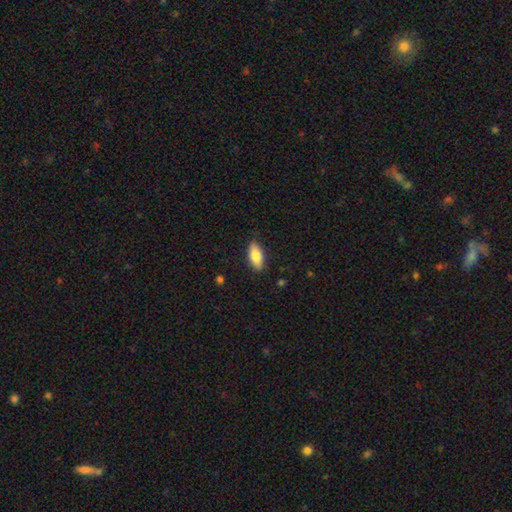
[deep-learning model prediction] Overall: smooth (80%). How rounded: in between (84%). Merging: none (88%).